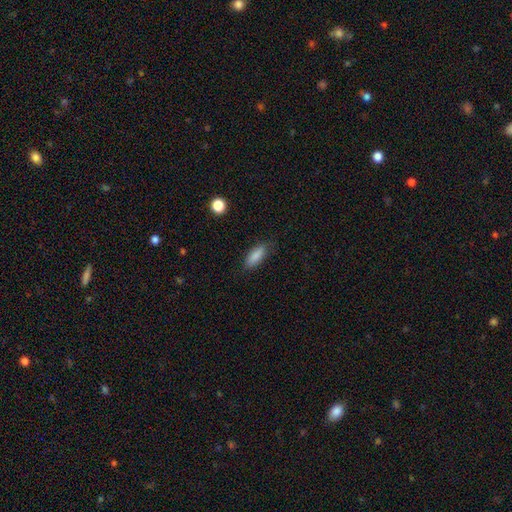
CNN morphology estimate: Smooth or featured? Predicted: smooth (p=0.87). How rounded? Predicted: in between (p=0.72). Merging? Predicted: none (p=0.83).